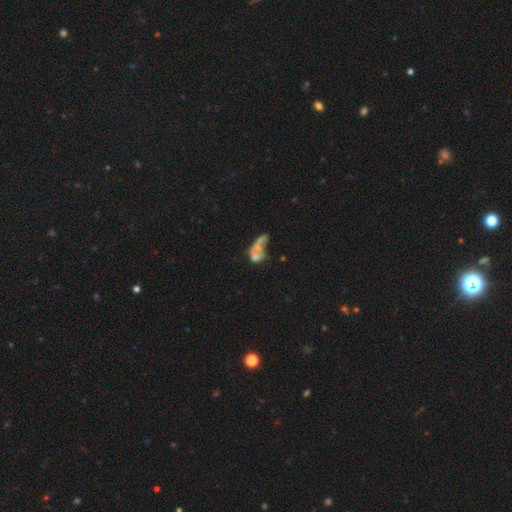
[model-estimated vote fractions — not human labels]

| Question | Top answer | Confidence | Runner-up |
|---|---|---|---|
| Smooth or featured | featured or disk | 45% | smooth (41%) |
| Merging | merger | 44% | major disturbance (28%) |